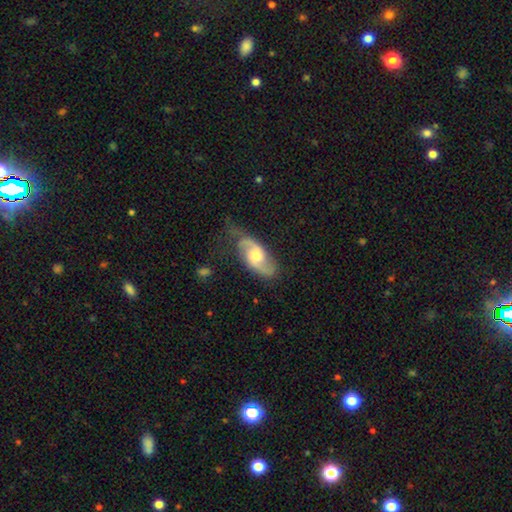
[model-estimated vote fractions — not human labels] featured or disk 79%, smooth 16%, star or artifact 5%. Down the decision tree: edge-on disk — no (94%); bar — no (54%); spiral arms — yes (94%); spiral arm count — 2 (89%); spiral winding — medium (46%); bulge size — moderate (67%); merging — none (61%).